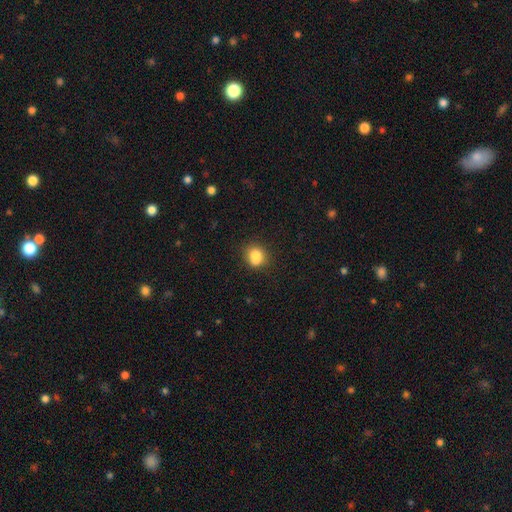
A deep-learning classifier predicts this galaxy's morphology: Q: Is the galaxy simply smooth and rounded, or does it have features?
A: smooth — 81%.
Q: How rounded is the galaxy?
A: round — 68%.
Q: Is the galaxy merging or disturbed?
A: none — 67%.